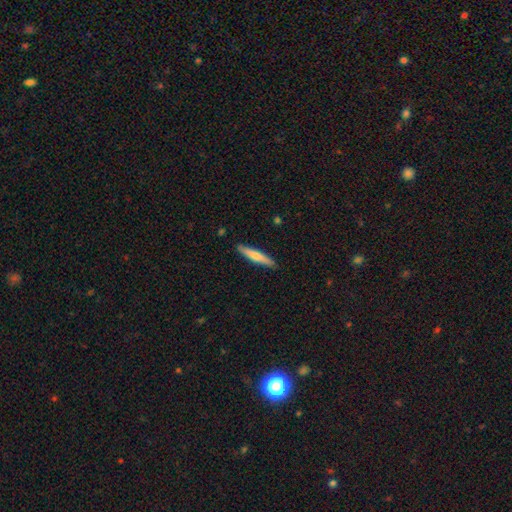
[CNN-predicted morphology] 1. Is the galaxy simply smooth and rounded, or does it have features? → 60% smooth, 35% featured or disk, 5% star or artifact.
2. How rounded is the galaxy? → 91% cigar-shaped, 8% in between, 1% round.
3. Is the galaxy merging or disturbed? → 90% none, 7% minor disturbance, 1% major disturbance, 1% merger.